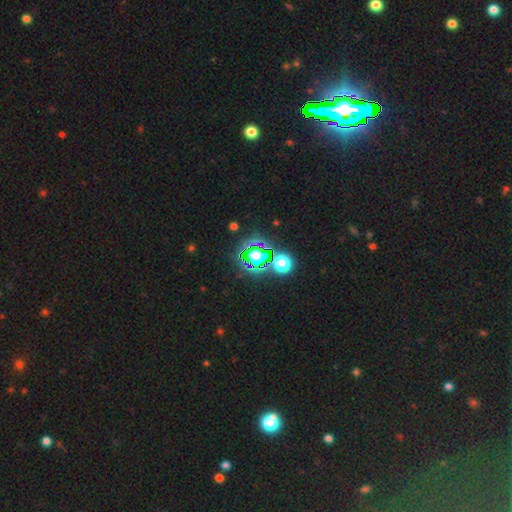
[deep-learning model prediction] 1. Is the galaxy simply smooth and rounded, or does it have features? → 62% star or artifact, 25% smooth, 12% featured or disk.